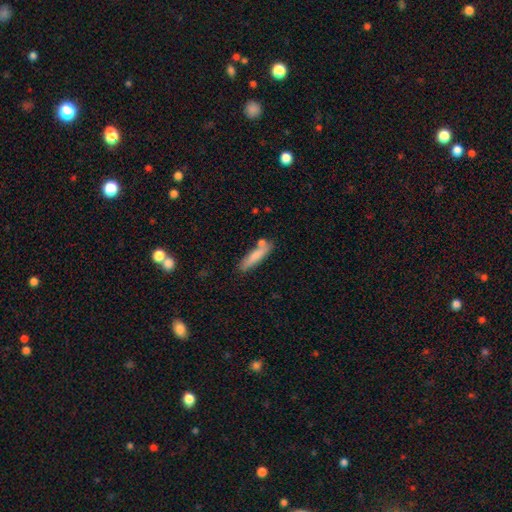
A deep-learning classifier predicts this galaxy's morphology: A smooth galaxy with no disk features (79%) that is cigar-shaped (80%).

Vote fractions:
- Smooth or featured? smooth: 79% / featured or disk: 15% / star or artifact: 6%
- How rounded? cigar-shaped: 80% / in between: 18% / round: 2%
- Merging? none: 69% / minor disturbance: 15% / merger: 12% / major disturbance: 4%